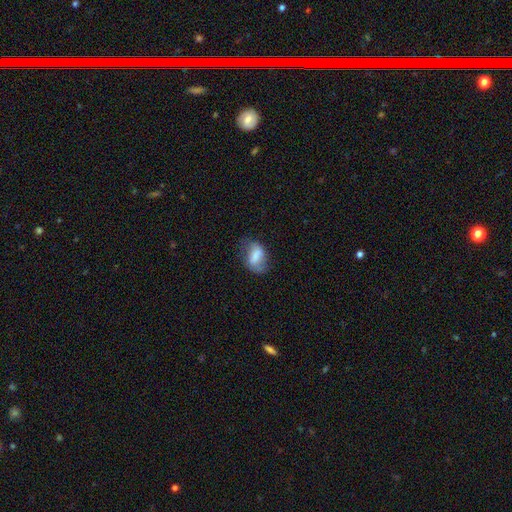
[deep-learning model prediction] Morphology: type=smooth (60%); roundness=in between (85%); merging=none (54%).